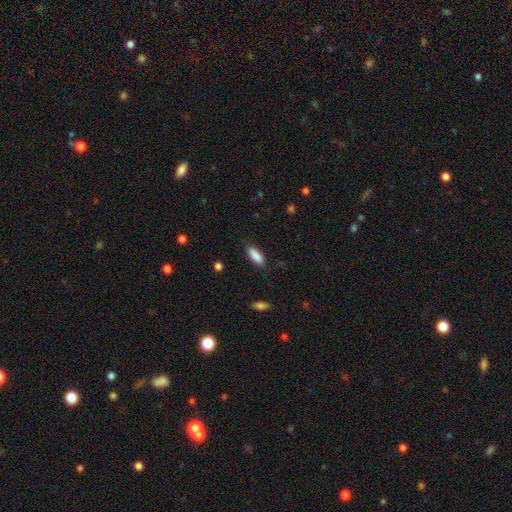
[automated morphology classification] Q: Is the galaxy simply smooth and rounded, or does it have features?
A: smooth — 89%.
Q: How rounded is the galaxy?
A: in between — 72%.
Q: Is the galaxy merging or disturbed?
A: none — 85%.